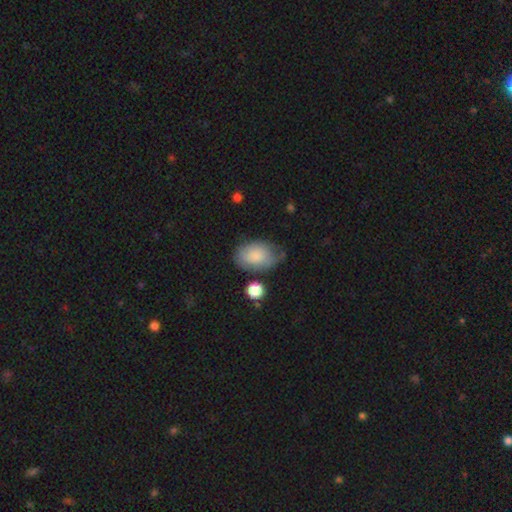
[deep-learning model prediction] Smooth or featured: smooth — 79% (featured or disk — 14%)
How rounded: in between — 87% (round — 12%)
Merging: none — 57% (minor disturbance — 29%)